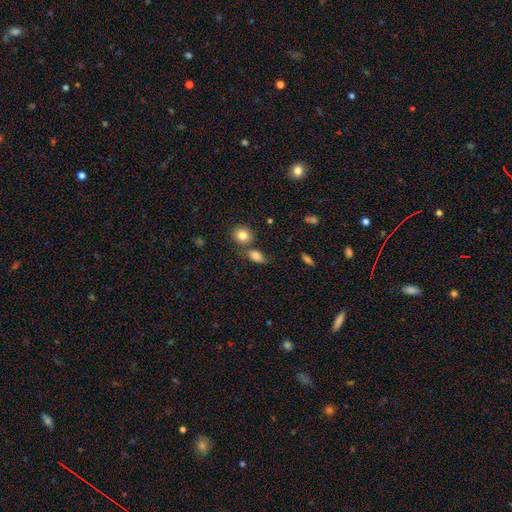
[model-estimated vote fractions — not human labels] Smooth or featured? Predicted: smooth (p=0.82). How rounded? Predicted: in between (p=0.76). Merging? Predicted: none (p=0.56).